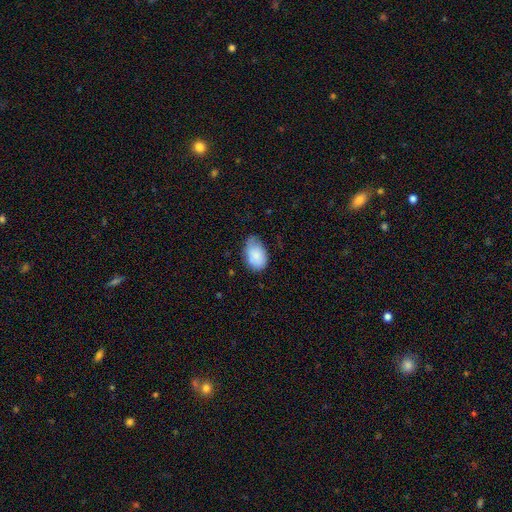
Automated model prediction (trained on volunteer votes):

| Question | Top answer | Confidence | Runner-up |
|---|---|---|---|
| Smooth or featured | smooth | 84% | featured or disk (9%) |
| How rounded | in between | 90% | round (9%) |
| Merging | none | 48% | minor disturbance (41%) |